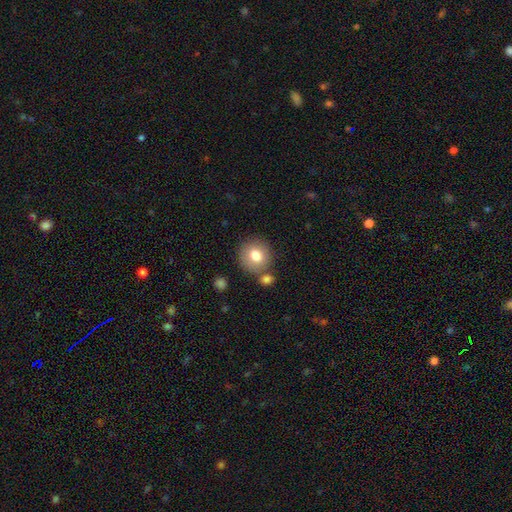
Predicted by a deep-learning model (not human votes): A smooth galaxy with no disk features (78%) that is round (88%). Merging: none (73%).